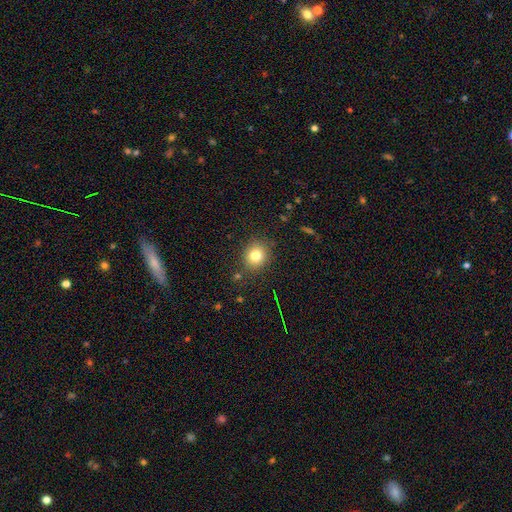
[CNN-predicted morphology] The model was most divided on "how rounded": round: 79%, in between: 20%, cigar-shaped: 1%. More confident: merging — none (86%); smooth or featured — smooth (79%).